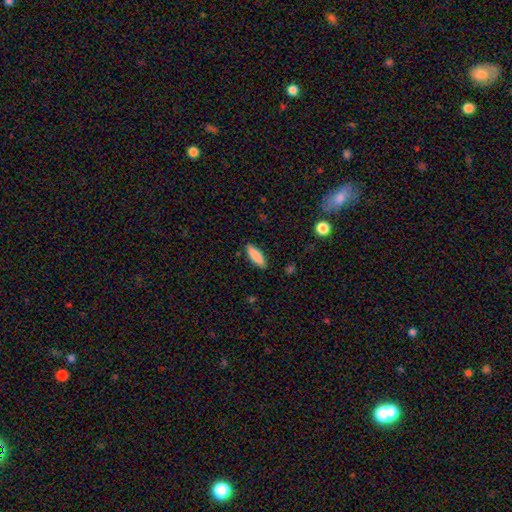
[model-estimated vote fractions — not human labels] smooth_or_featured: smooth (p=0.86) [alt: featured or disk p=0.07]
how_rounded: cigar-shaped (p=0.54) [alt: in between p=0.45]
merging: none (p=0.88) [alt: minor disturbance p=0.09]